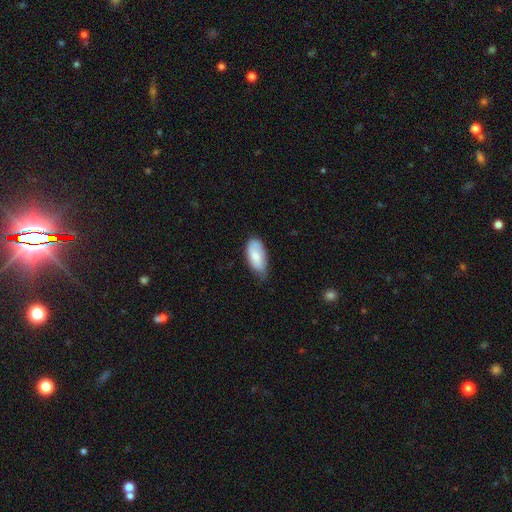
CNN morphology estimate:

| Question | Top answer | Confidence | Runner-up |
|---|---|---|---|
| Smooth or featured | smooth | 78% | featured or disk (16%) |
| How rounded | in between | 94% | cigar-shaped (4%) |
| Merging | none | 50% | minor disturbance (42%) |